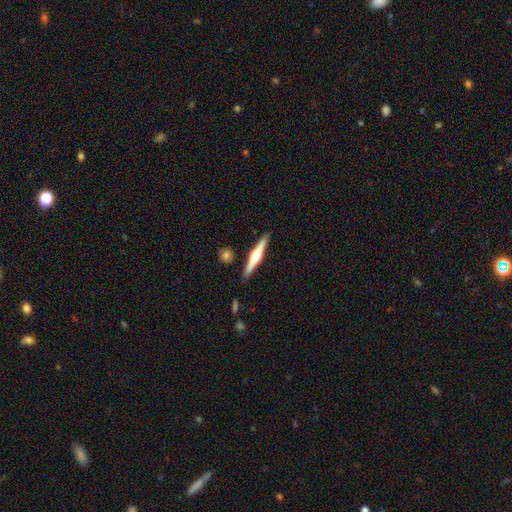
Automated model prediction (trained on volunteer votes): A featured or disk galaxy (67%) viewed edge-on (98%) with a rounded central bulge (89%). Merging: none (89%).